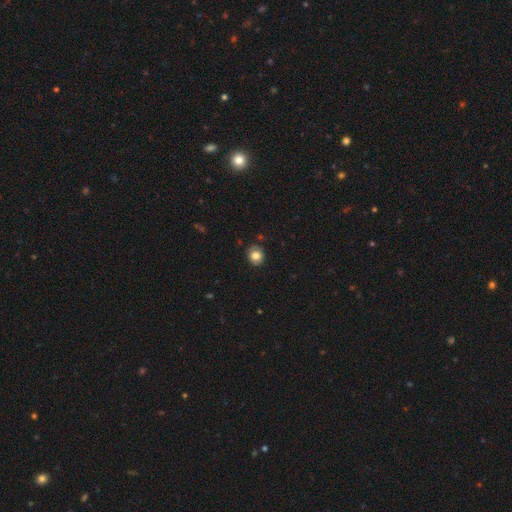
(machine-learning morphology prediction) Smooth or featured?
  - smooth: 80% *
  - featured or disk: 10%
  - star or artifact: 10%
How rounded?
  - round: 70% *
  - in between: 29%
  - cigar-shaped: 1%
Merging?
  - none: 83% *
  - minor disturbance: 13%
  - major disturbance: 3%
  - merger: 2%